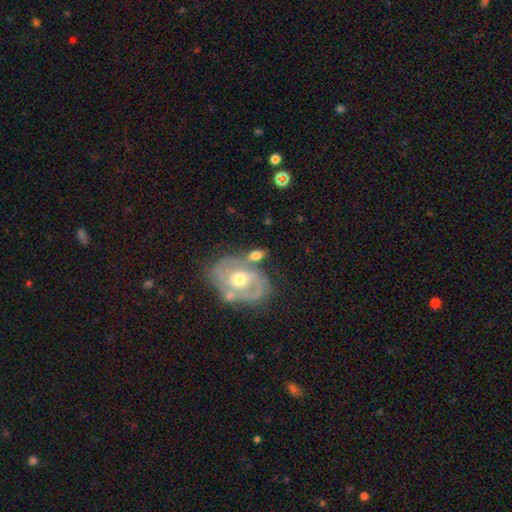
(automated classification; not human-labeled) Overall: featured or disk (57%; smooth 35%). Edge-on disk: no (92%). Bar: no (60%; weak 31%). Spiral arms: yes (77%). Bulge size: moderate (66%). Merging: none (45%; merger 29%).